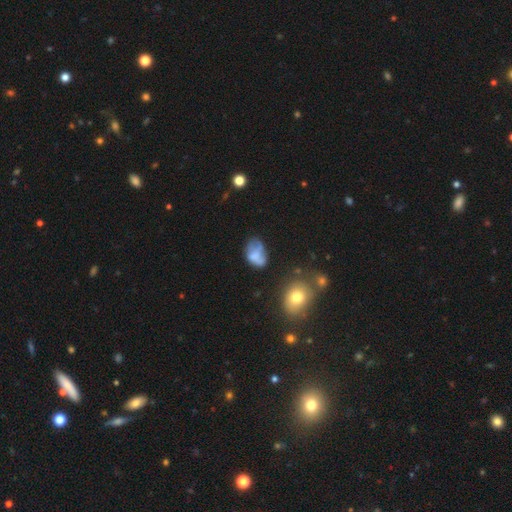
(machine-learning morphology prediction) Q: Smooth or featured?
A: smooth (54%); runner-up: featured or disk (35%)
Q: How rounded?
A: in between (84%); runner-up: round (15%)
Q: Merging?
A: none (36%); runner-up: minor disturbance (29%)